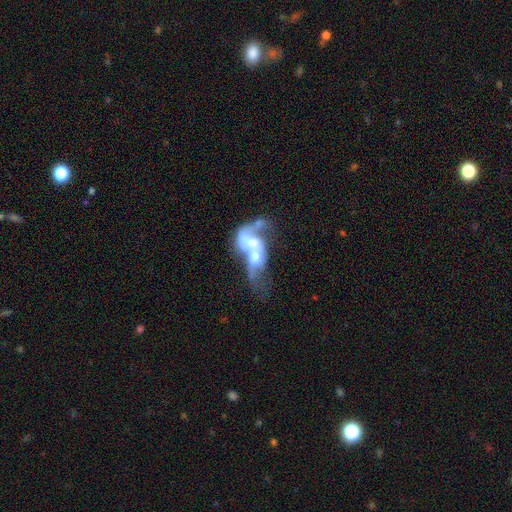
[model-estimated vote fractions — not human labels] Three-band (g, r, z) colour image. It shows a featured or disk galaxy (59%) with no bar (76%), no spiral arms (62%) and a moderate central bulge (45%). Merging: merger (76%).